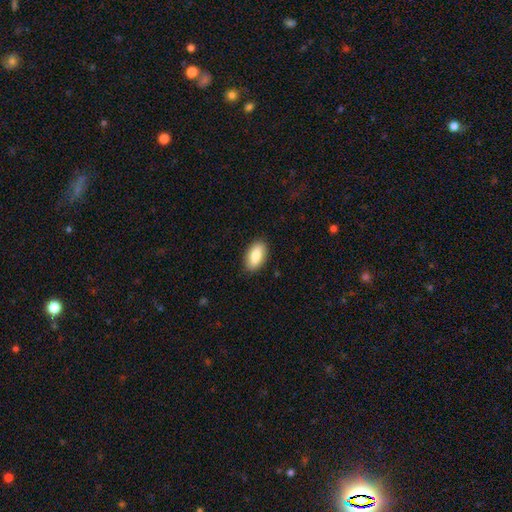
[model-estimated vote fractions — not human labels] Smooth or featured?
  - smooth: 85% *
  - featured or disk: 9%
  - star or artifact: 6%
How rounded?
  - in between: 93% *
  - cigar-shaped: 4%
  - round: 3%
Merging?
  - none: 88% *
  - minor disturbance: 9%
  - major disturbance: 2%
  - merger: 1%